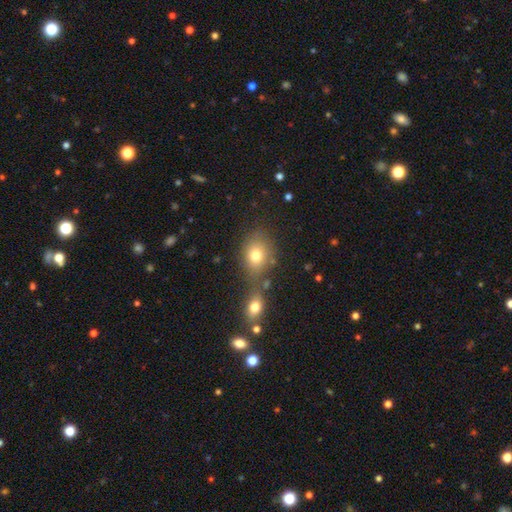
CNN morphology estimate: A smooth galaxy with no disk features (75%) that is in between round and cigar-shaped (54%).

Vote fractions:
- Smooth or featured? smooth: 75% / star or artifact: 13% / featured or disk: 12%
- How rounded? in between: 54% / round: 44% / cigar-shaped: 1%
- Merging? none: 53% / merger: 30% / minor disturbance: 12% / major disturbance: 5%